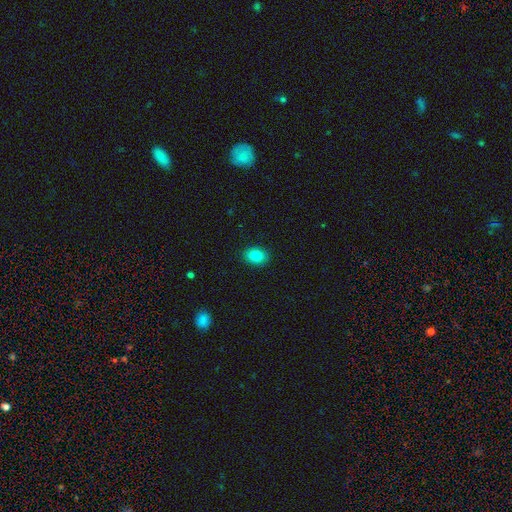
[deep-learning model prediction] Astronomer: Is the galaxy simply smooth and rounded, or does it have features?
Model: smooth — 84%.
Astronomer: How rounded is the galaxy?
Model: in between — 72%.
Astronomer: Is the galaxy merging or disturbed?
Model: none — 89%.